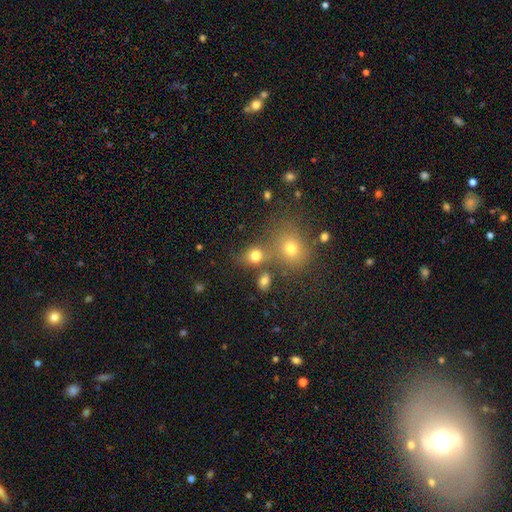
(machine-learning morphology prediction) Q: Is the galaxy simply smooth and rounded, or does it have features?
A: smooth — 74%.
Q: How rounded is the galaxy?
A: round — 62%.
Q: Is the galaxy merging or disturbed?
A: none — 54%.